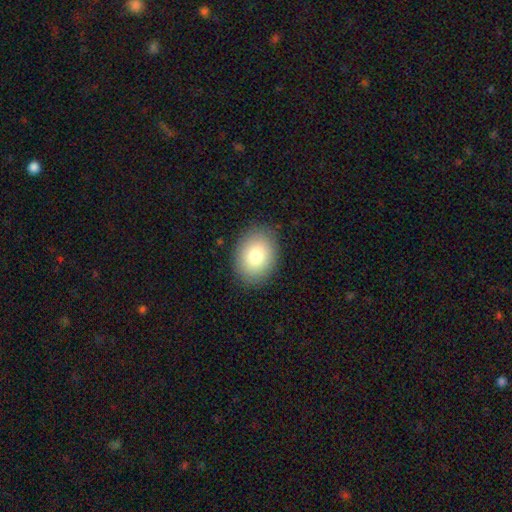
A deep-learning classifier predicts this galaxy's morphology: smooth 81%, featured or disk 11%, star or artifact 8%. Down the decision tree: how rounded — in between (70%); merging — none (88%).